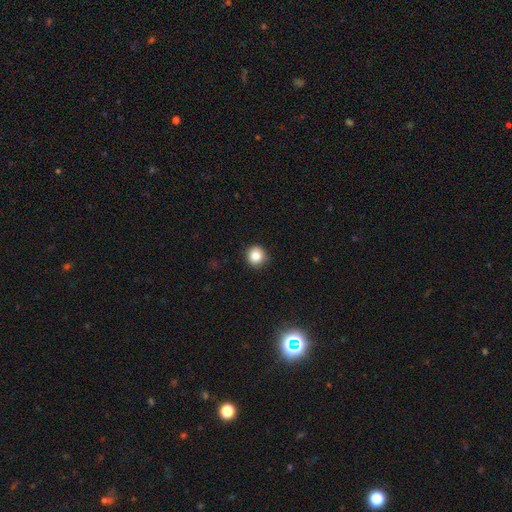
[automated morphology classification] Smooth or featured? Predicted: smooth (p=0.85). How rounded? Predicted: round (p=0.92). Merging? Predicted: none (p=0.88).